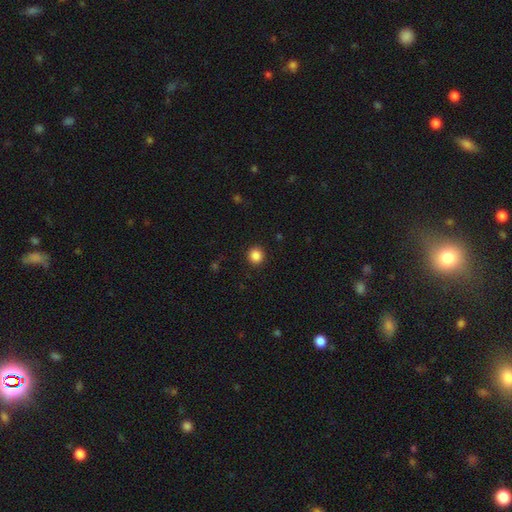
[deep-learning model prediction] smooth_or_featured: smooth (p=0.86) [alt: star or artifact p=0.10]
how_rounded: round (p=0.92) [alt: in between p=0.07]
merging: none (p=0.92) [alt: minor disturbance p=0.05]